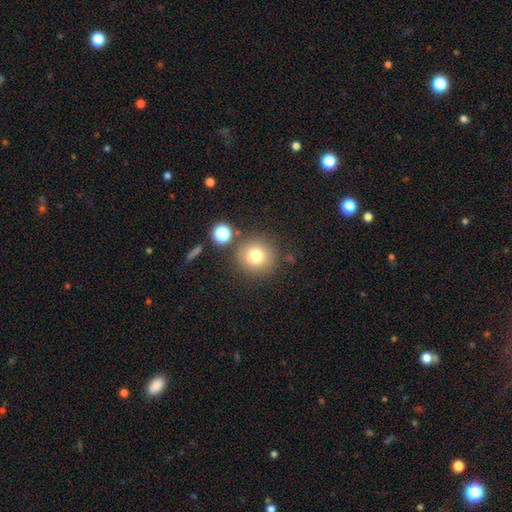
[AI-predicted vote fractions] Q: Smooth or featured?
A: smooth (77%); runner-up: star or artifact (13%)
Q: How rounded?
A: round (92%); runner-up: in between (7%)
Q: Merging?
A: none (78%); runner-up: minor disturbance (10%)